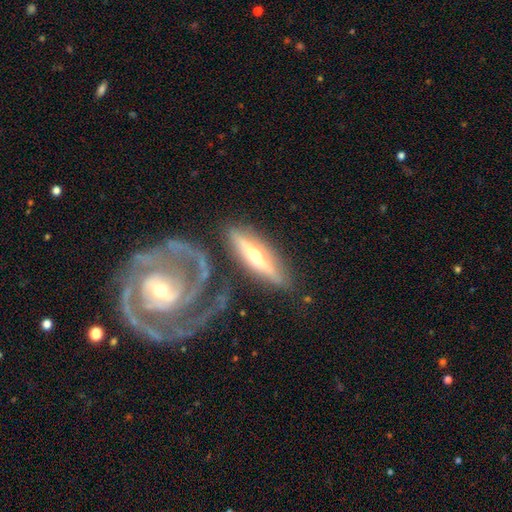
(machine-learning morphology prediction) Smooth or featured? featured or disk (66%)
Edge-on disk? yes (85%)
Edge-on bulge? rounded (89%)
Merging? none (72%)